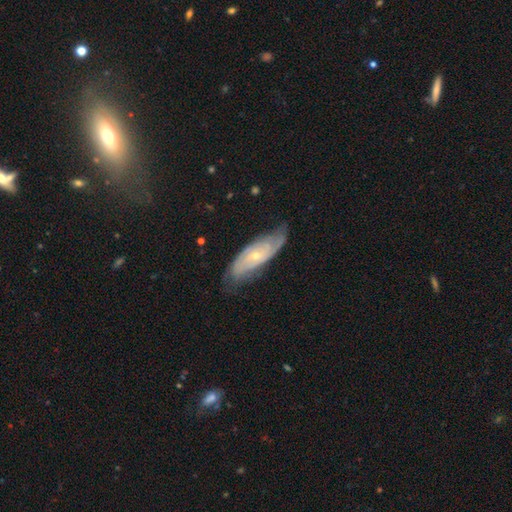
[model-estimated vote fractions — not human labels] Smooth or featured?
  - featured or disk: 75% *
  - smooth: 18%
  - star or artifact: 6%
Edge-on disk?
  - no: 85% *
  - yes: 15%
Bar?
  - no: 73% *
  - weak: 21%
  - strong: 5%
Spiral arms?
  - yes: 89% *
  - no: 11%
Spiral winding?
  - tight: 55% *
  - medium: 32%
  - loose: 13%
Spiral arm count?
  - 2: 47% *
  - can't tell: 36%
  - 3: 7%
  - 1: 4%
  - 4: 3%
  - more than 4: 3%
Bulge size?
  - small: 70% *
  - moderate: 27%
  - none: 1%
  - large: 1%
  - dominant: 1%
Merging?
  - none: 68% *
  - minor disturbance: 24%
  - major disturbance: 6%
  - merger: 1%